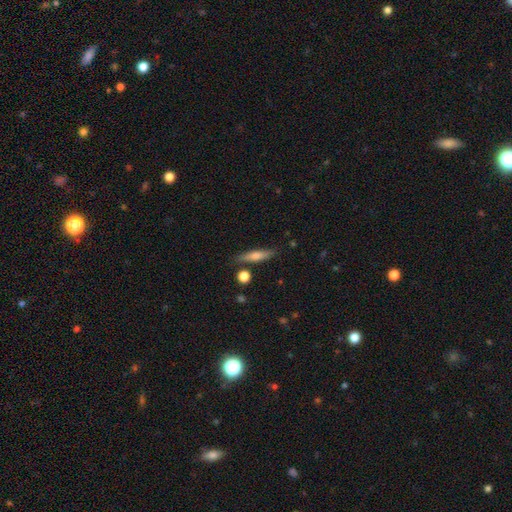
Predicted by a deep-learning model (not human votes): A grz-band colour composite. It shows a smooth galaxy with no disk features (53%) that is cigar-shaped (82%). Merging: none (83%).